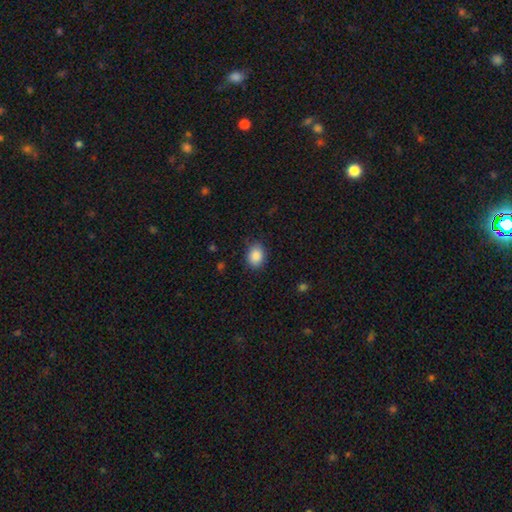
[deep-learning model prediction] A smooth galaxy with no disk features (88%) that is in between round and cigar-shaped (63%).

Vote fractions:
- Smooth or featured? smooth: 88% / star or artifact: 8% / featured or disk: 4%
- How rounded? in between: 63% / round: 36% / cigar-shaped: 1%
- Merging? none: 85% / minor disturbance: 11% / major disturbance: 3% / merger: 1%